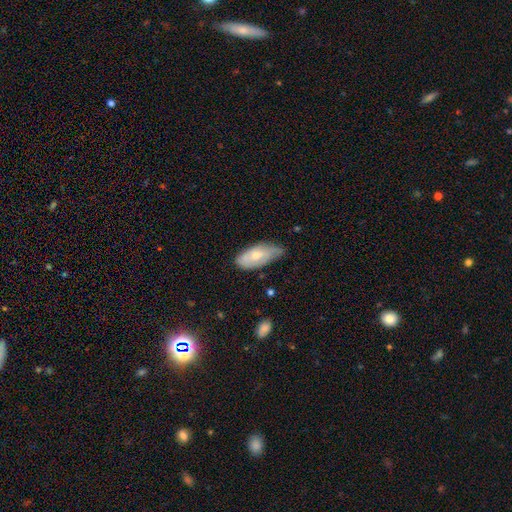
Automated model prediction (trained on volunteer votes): A smooth galaxy with no disk features (60%) that is in between round and cigar-shaped (88%). Merging: none (48%).